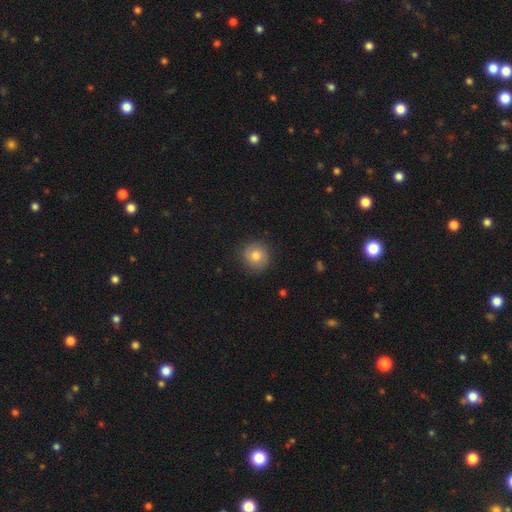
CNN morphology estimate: Overall: smooth (76%). How rounded: round (92%). Merging: none (85%).